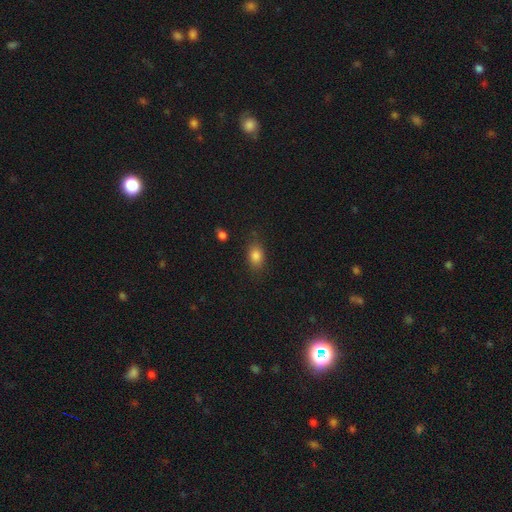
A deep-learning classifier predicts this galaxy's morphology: Q: Smooth or featured?
A: smooth (83%); runner-up: star or artifact (10%)
Q: How rounded?
A: in between (78%); runner-up: round (20%)
Q: Merging?
A: none (81%); runner-up: minor disturbance (14%)